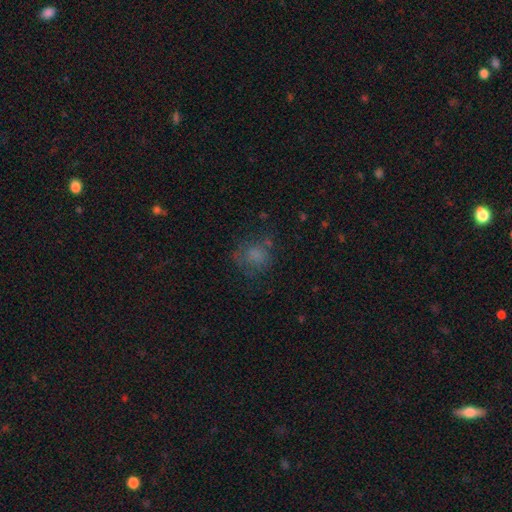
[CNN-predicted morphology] This appears to be a smooth galaxy with no disk features (69%) that is round (76%). Merging: none (58%).